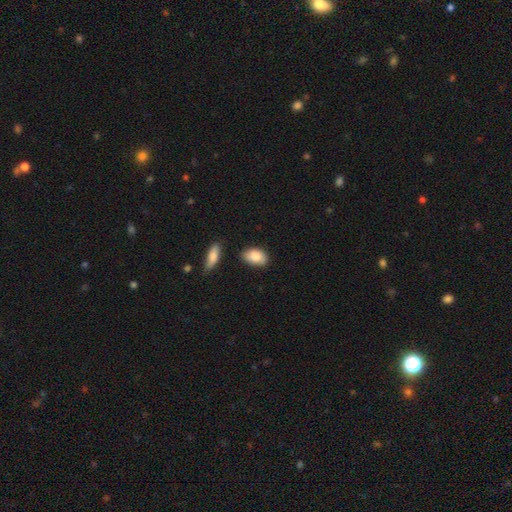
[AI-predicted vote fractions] Smooth or featured: smooth — 86% (featured or disk — 7%)
How rounded: in between — 90% (round — 8%)
Merging: none — 75% (minor disturbance — 18%)